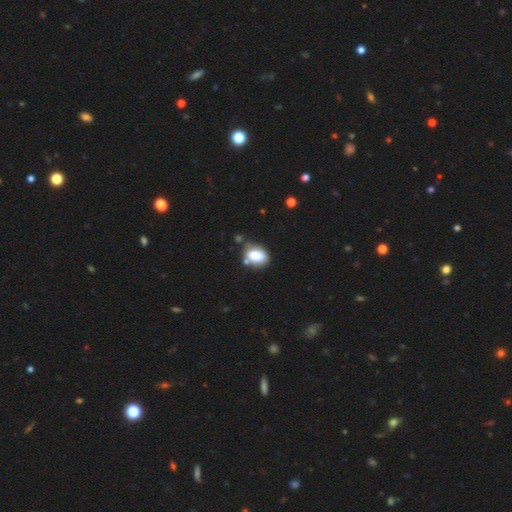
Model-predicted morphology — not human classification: A smooth galaxy with no disk features (75%) that is in between round and cigar-shaped (75%).

Vote fractions:
- Smooth or featured? smooth: 75% / featured or disk: 17% / star or artifact: 9%
- How rounded? in between: 75% / round: 23% / cigar-shaped: 2%
- Merging? none: 52% / minor disturbance: 24% / merger: 17% / major disturbance: 7%